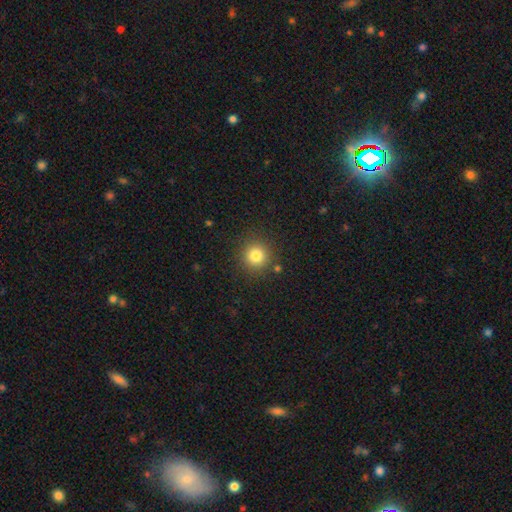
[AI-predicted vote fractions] This is clearly a smooth galaxy (81%). How rounded: clearly round (93%). Merging: clearly none (87%).